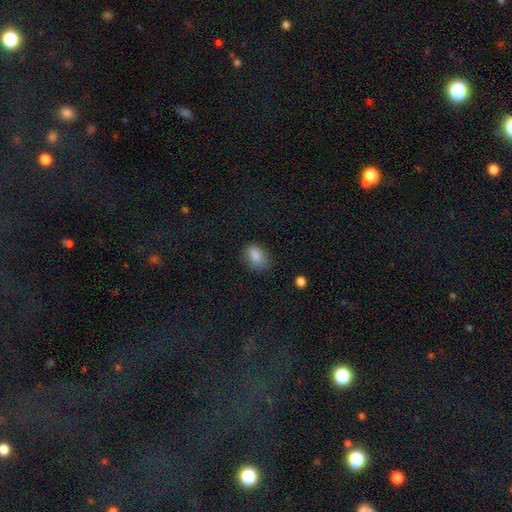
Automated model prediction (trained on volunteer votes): Smooth or featured: smooth — 86% (star or artifact — 9%)
How rounded: in between — 82% (round — 17%)
Merging: none — 68% (minor disturbance — 24%)